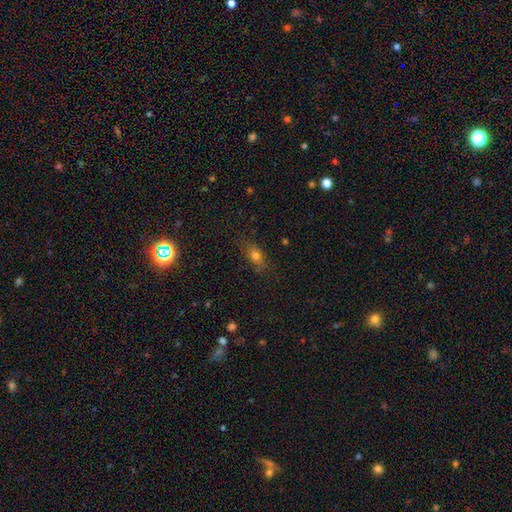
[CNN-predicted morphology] This is likely a smooth galaxy (73%). How rounded: likely in between (76%). Merging: likely none (74%).